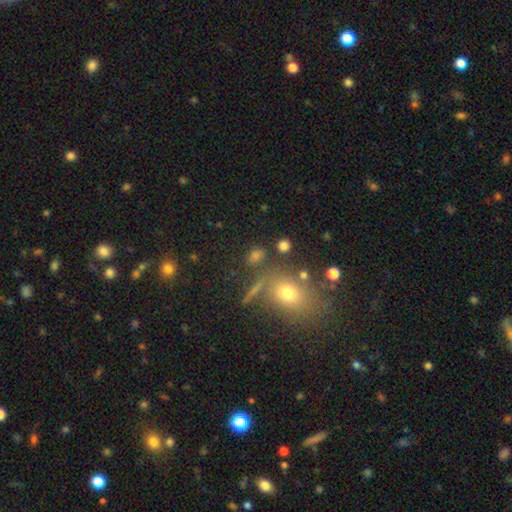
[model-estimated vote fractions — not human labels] smooth-or-featured: smooth: 68% | star or artifact: 20% | featured or disk: 12%
  how-rounded: in between: 55% | round: 36% | cigar-shaped: 9%
  merging: none: 73% | minor disturbance: 11% | merger: 10% | major disturbance: 6%